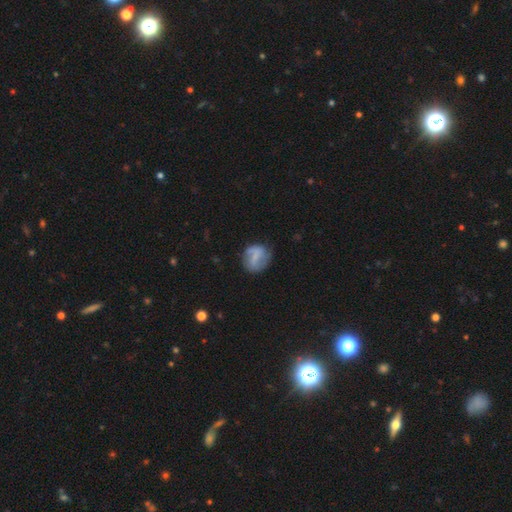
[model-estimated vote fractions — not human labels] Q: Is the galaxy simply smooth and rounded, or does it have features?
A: featured or disk — 52%.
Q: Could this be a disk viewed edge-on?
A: no — 97%.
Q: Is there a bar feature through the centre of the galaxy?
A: weak — 42%.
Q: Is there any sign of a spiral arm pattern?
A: yes — 74%.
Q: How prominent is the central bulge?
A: none — 47%.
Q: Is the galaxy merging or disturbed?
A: none — 68%.